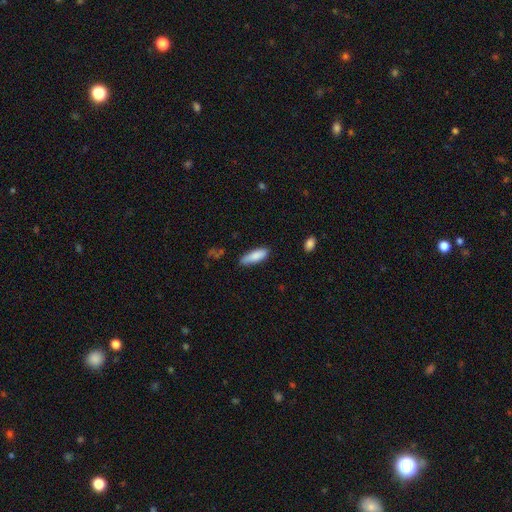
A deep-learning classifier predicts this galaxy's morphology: smooth 85%, featured or disk 9%, star or artifact 6%. Down the decision tree: how rounded — in between (52%); merging — none (72%).